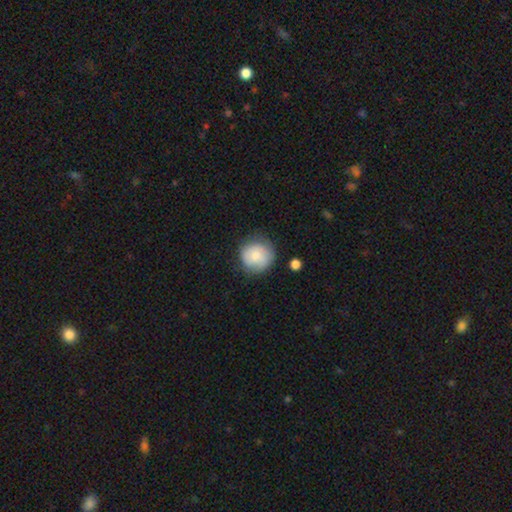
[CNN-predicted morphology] Smooth or featured: smooth — 78% (featured or disk — 15%)
How rounded: round — 90% (in between — 9%)
Merging: none — 72% (minor disturbance — 20%)